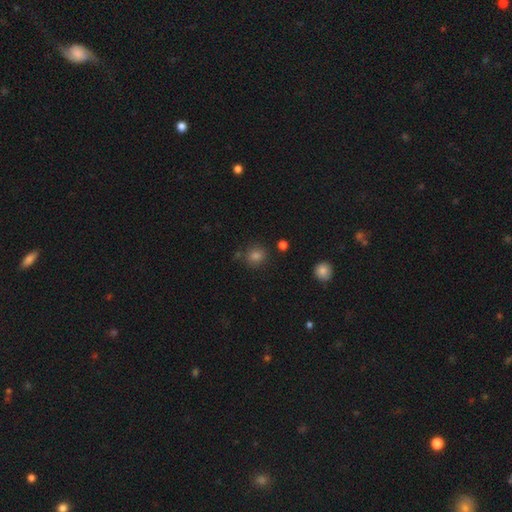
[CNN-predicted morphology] This appears to be a smooth galaxy with no disk features (78%) that is round (86%). Merging: none (83%).